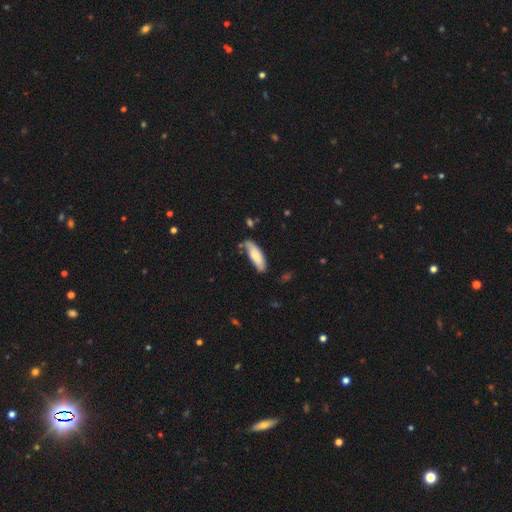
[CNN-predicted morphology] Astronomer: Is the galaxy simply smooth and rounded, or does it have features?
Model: smooth — 72%.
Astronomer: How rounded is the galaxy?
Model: in between — 58% (runner-up: cigar-shaped, 40%).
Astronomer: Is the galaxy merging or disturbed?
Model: none — 64%.